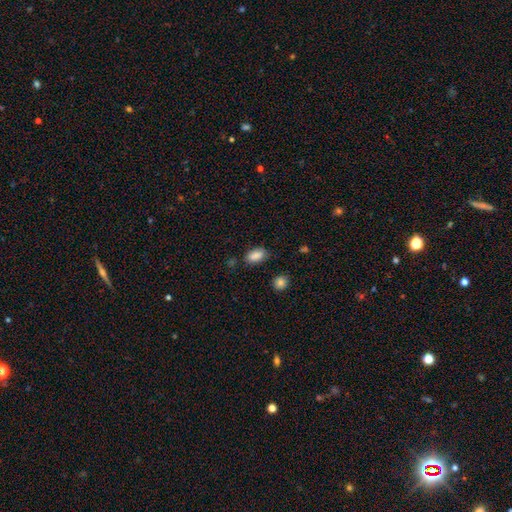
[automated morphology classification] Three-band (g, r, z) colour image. It shows a smooth galaxy with no disk features (87%) that is in between round and cigar-shaped (90%). Merging: none (78%).